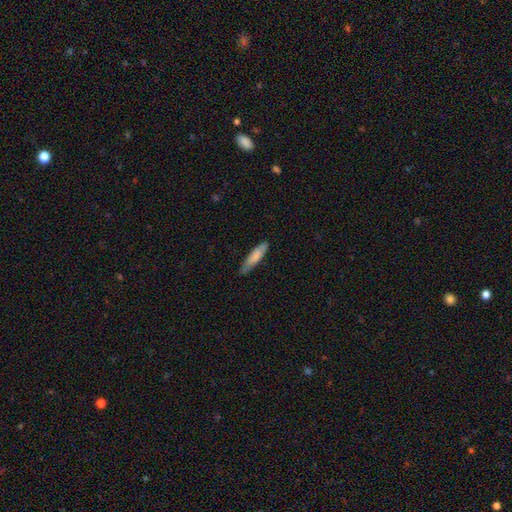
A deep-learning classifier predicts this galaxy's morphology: Overall: smooth (77%). How rounded: cigar-shaped (73%). Merging: none (72%).